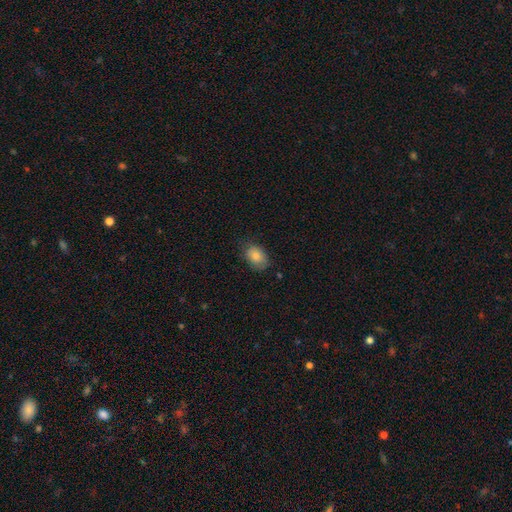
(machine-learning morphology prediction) A smooth galaxy with no disk features (83%) that is in between round and cigar-shaped (79%). Merging: none (73%).